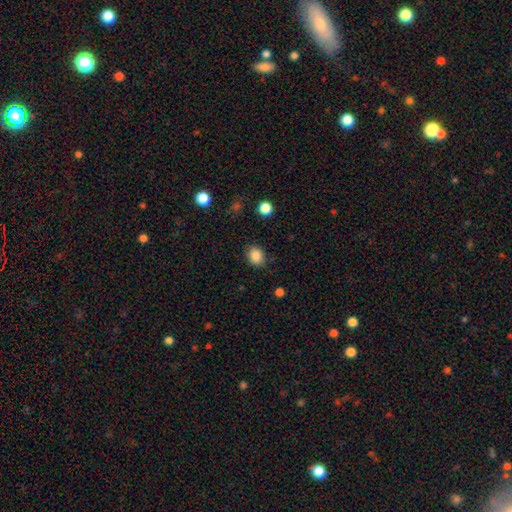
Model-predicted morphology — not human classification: A smooth galaxy with no disk features (86%) that is round (52%).

Vote fractions:
- Smooth or featured? smooth: 86% / star or artifact: 10% / featured or disk: 4%
- How rounded? round: 52% / in between: 47% / cigar-shaped: 1%
- Merging? none: 84% / minor disturbance: 12% / major disturbance: 3% / merger: 1%